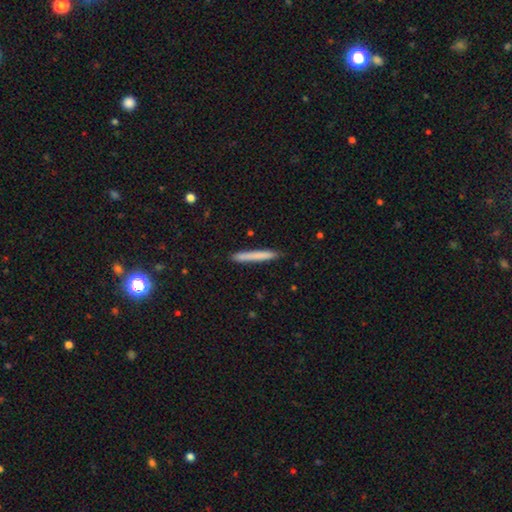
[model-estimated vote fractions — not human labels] smooth-or-featured: smooth: 75% | featured or disk: 19% | star or artifact: 6%
  how-rounded: cigar-shaped: 97% | in between: 2% | round: 1%
  merging: none: 88% | minor disturbance: 9% | major disturbance: 1% | merger: 1%